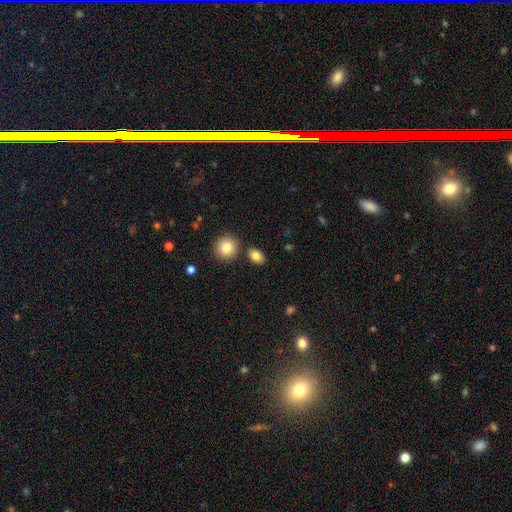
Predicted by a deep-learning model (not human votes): Morphology: type=smooth (84%); roundness=in between (66%); merging=none (79%).